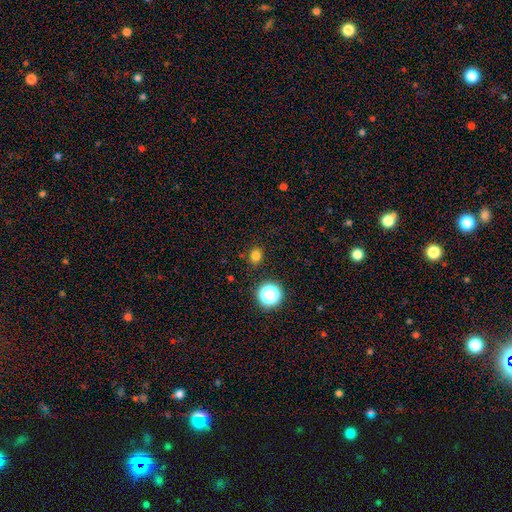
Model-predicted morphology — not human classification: A smooth galaxy with no disk features (78%) that is round (77%). Merging: none (88%).